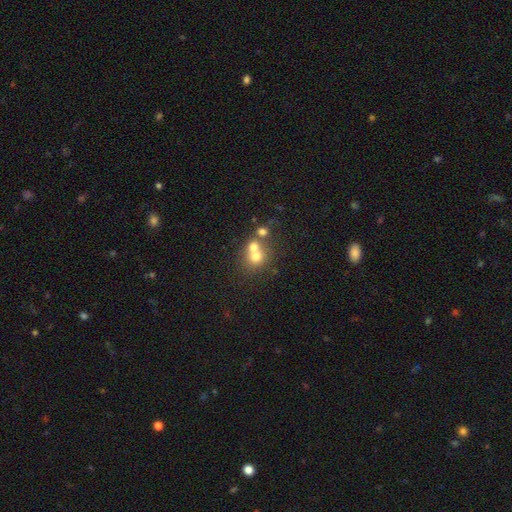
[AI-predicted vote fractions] A smooth galaxy with no disk features (67%) that is round (78%). Merging: merger (57%).